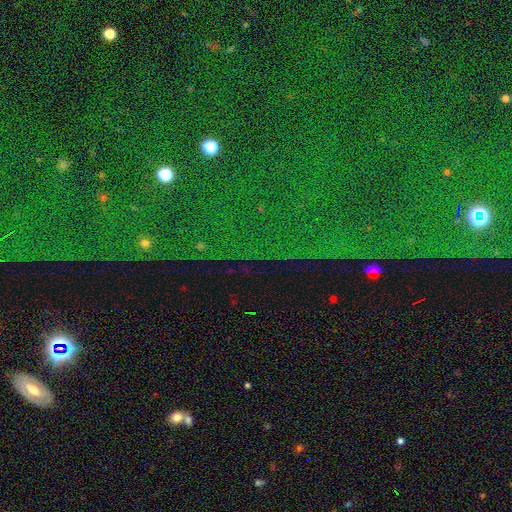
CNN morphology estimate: This appears to be a star or artifact, not a galaxy (84%).